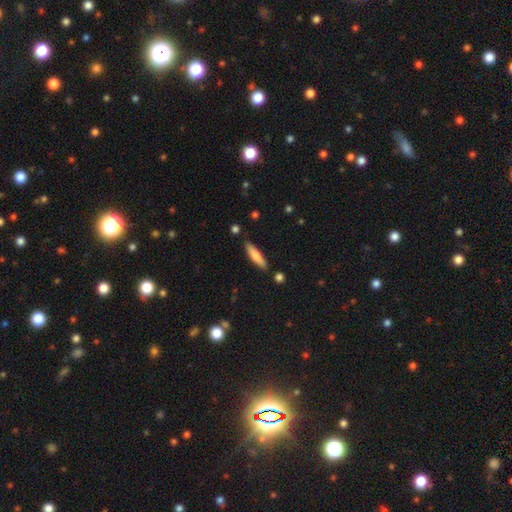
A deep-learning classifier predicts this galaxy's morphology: Smooth or featured?
  - smooth: 77% *
  - featured or disk: 18%
  - star or artifact: 6%
How rounded?
  - cigar-shaped: 80% *
  - in between: 19%
  - round: 1%
Merging?
  - none: 86% *
  - minor disturbance: 10%
  - merger: 2%
  - major disturbance: 2%